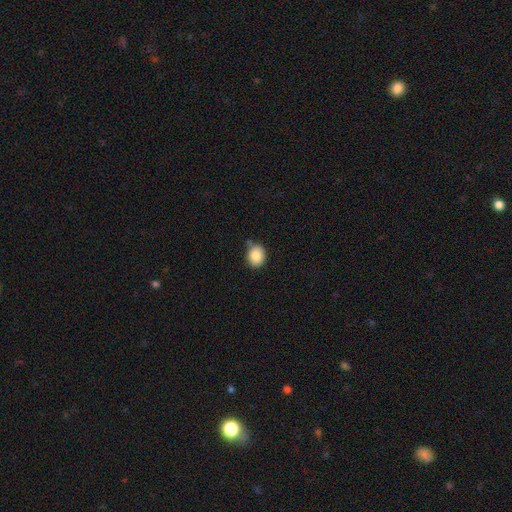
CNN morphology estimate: smooth_or_featured: smooth (p=0.85) [alt: star or artifact p=0.09]
how_rounded: round (p=0.59) [alt: in between p=0.40]
merging: none (p=0.71) [alt: minor disturbance p=0.20]